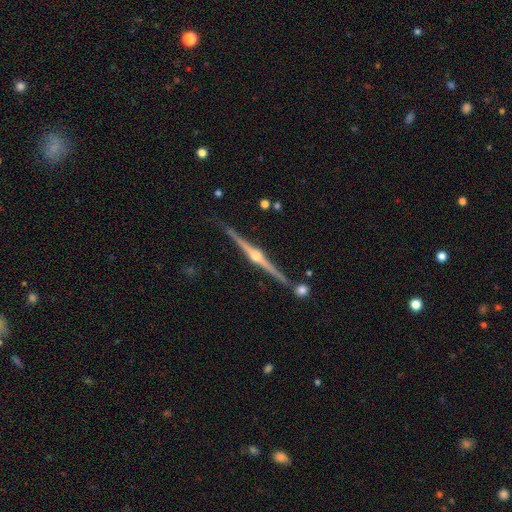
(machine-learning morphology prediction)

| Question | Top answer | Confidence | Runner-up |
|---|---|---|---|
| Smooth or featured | featured or disk | 89% | smooth (5%) |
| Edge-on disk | yes | 98% | no (2%) |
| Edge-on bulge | rounded | 96% | boxy (2%) |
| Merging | none | 86% | minor disturbance (9%) |